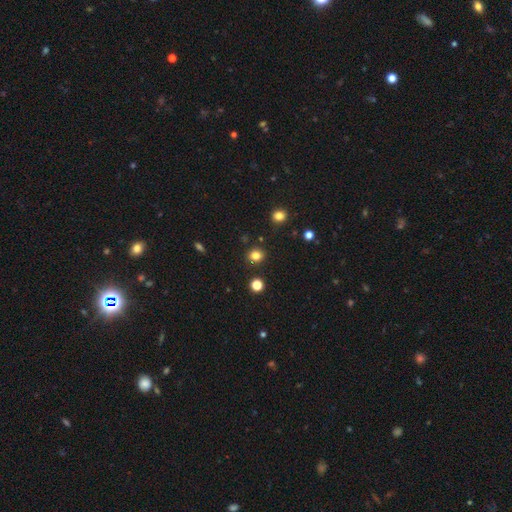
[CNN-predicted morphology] This is clearly a smooth galaxy (81%). How rounded: likely round (80%). Merging: clearly none (88%).